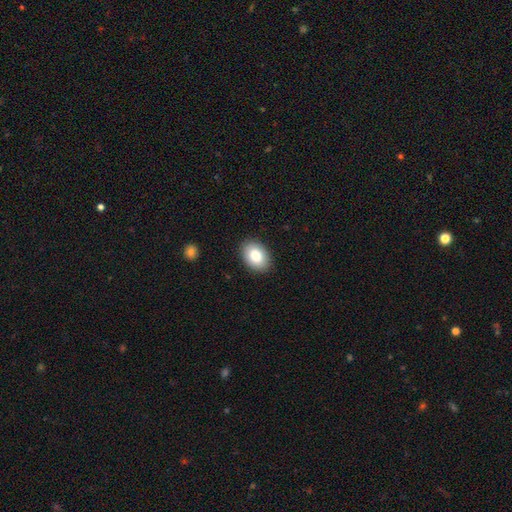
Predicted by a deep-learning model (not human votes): The model was most divided on "how rounded": in between: 85%, round: 14%, cigar-shaped: 1%. More confident: merging — none (88%); smooth or featured — smooth (86%).